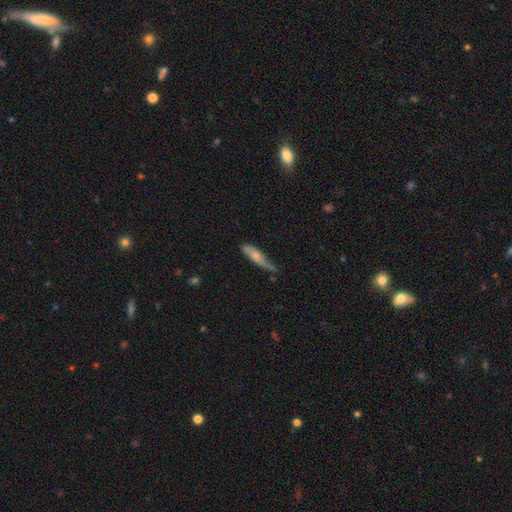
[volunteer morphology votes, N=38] A smooth galaxy with no disk features (74%) that is cigar-shaped (79%).

Vote fractions:
- Smooth or featured? smooth: 74% / featured or disk: 26% / star or artifact: 0%
- How rounded? cigar-shaped: 79% / in between: 21% / round: 0%
- Merging? minor disturbance: 45% / none: 42% / major disturbance: 8% / merger: 5%